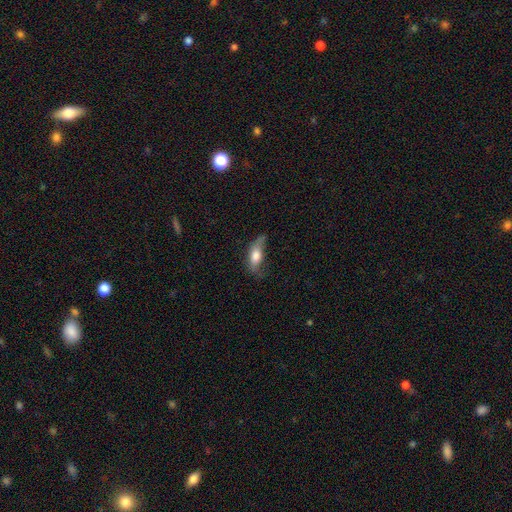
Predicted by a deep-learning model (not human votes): A smooth galaxy with no disk features (66%) that is in between round and cigar-shaped (72%).

Vote fractions:
- Smooth or featured? smooth: 66% / featured or disk: 26% / star or artifact: 7%
- How rounded? in between: 72% / cigar-shaped: 23% / round: 4%
- Merging? minor disturbance: 35% / none: 34% / major disturbance: 28% / merger: 3%